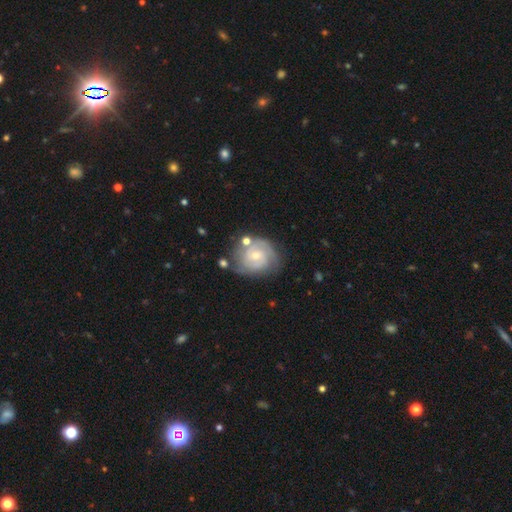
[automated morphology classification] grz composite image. It shows a featured or disk galaxy (76%) with no bar (67%), 2 (49%) tight (59%) spiral arms (91%) and a small central bulge (57%). Merging: none (62%).